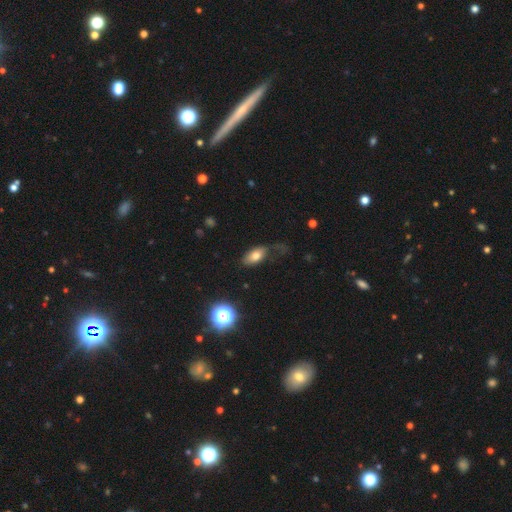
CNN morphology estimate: Smooth or featured: smooth — 75% (featured or disk — 15%)
How rounded: in between — 90% (round — 6%)
Merging: none — 55% (minor disturbance — 24%)